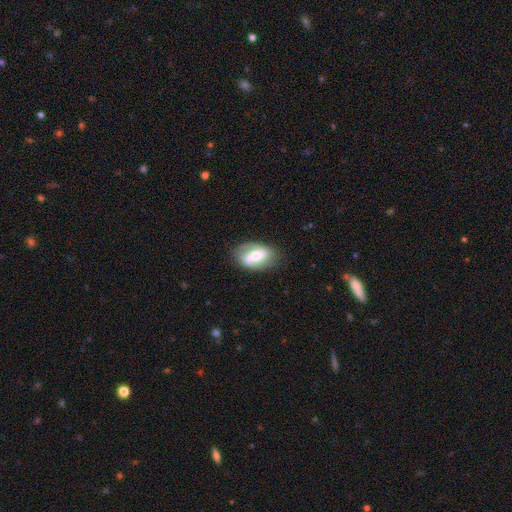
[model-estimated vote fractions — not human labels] This is likely a featured or disk galaxy (66%). It is clearly not viewed edge-on (95%). Bar: marginally weak (40%). Spiral arm pattern: likely yes (77%). Central bulge: likely moderate (63%). Merging: likely none (71%).